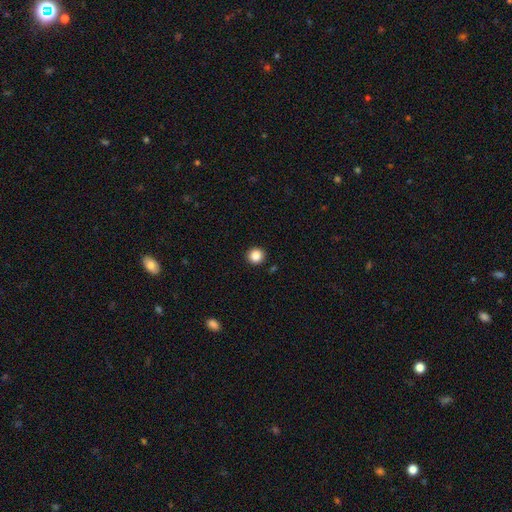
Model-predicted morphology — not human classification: This is clearly a smooth galaxy (86%). How rounded: clearly round (93%). Merging: clearly none (92%).